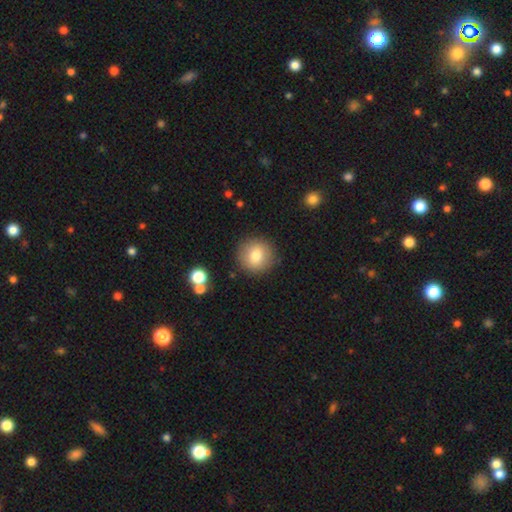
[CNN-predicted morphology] Overall: smooth (78%). How rounded: round (93%). Merging: none (88%).